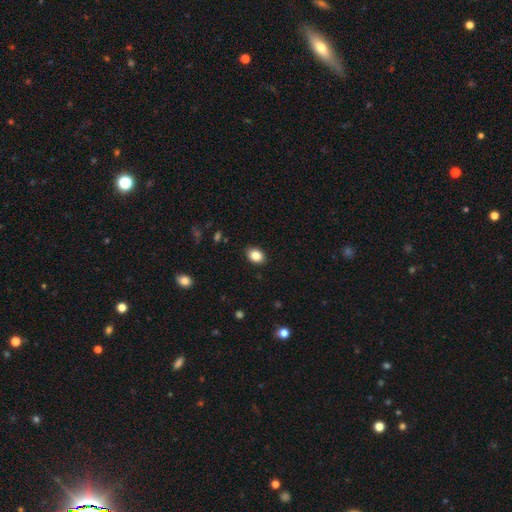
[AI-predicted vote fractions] Morphology: type=smooth (86%); roundness=in between (70%); merging=none (88%).